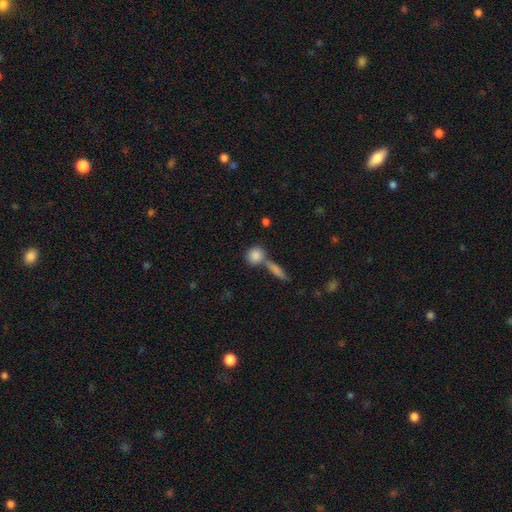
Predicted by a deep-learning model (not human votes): Q: Smooth or featured?
A: smooth (85%); runner-up: featured or disk (8%)
Q: How rounded?
A: round (73%); runner-up: in between (21%)
Q: Merging?
A: none (55%); runner-up: merger (32%)